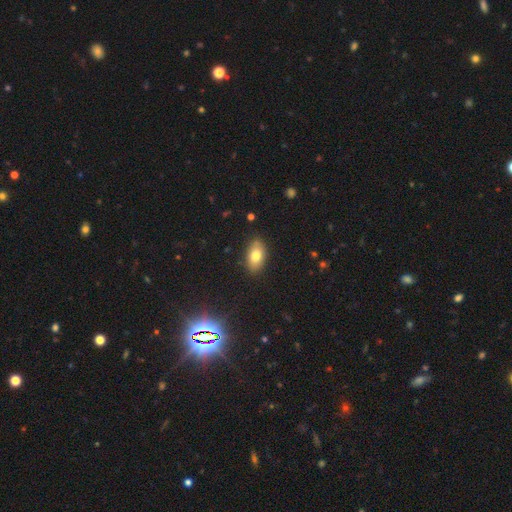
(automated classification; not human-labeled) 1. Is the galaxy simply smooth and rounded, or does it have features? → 78% smooth, 13% featured or disk, 9% star or artifact.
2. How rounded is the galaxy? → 91% in between, 7% round, 3% cigar-shaped.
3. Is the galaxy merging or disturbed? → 85% none, 11% minor disturbance, 2% major disturbance, 1% merger.